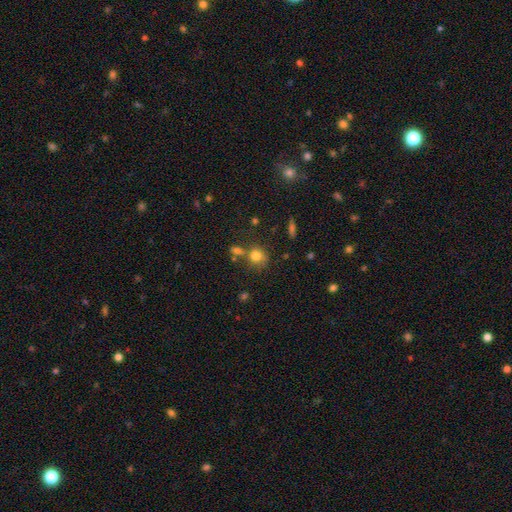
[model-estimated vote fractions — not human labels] This appears to be a smooth galaxy with no disk features (77%) that is round (73%). Merging: none (53%).